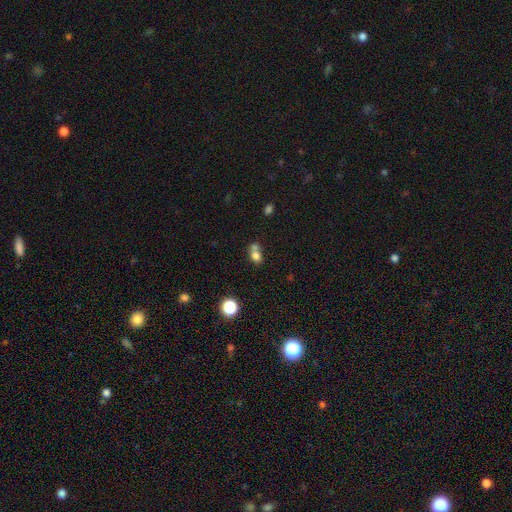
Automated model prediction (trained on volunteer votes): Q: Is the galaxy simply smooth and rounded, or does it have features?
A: smooth — 74%.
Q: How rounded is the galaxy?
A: round — 57%.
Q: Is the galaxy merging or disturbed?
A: merger — 57%.